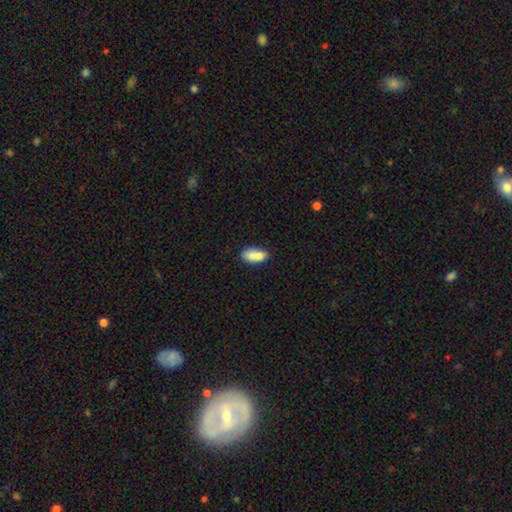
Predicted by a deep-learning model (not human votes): The model was most divided on "merging": none: 42%, merger: 37%, minor disturbance: 16%, major disturbance: 5%. More confident: how rounded — in between (85%); smooth or featured — smooth (74%).